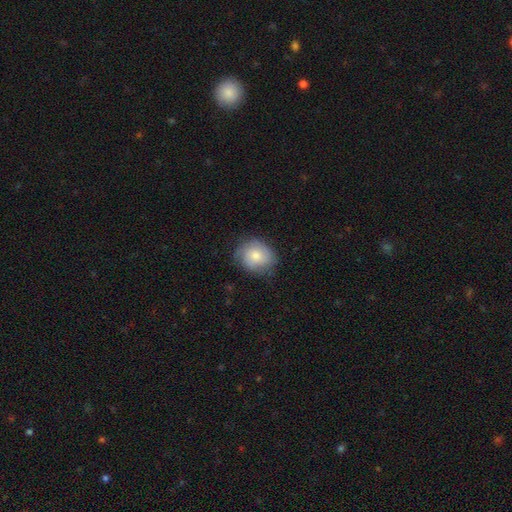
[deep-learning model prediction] Smooth or featured? smooth (58%)
How rounded? round (64%)
Merging? none (70%)